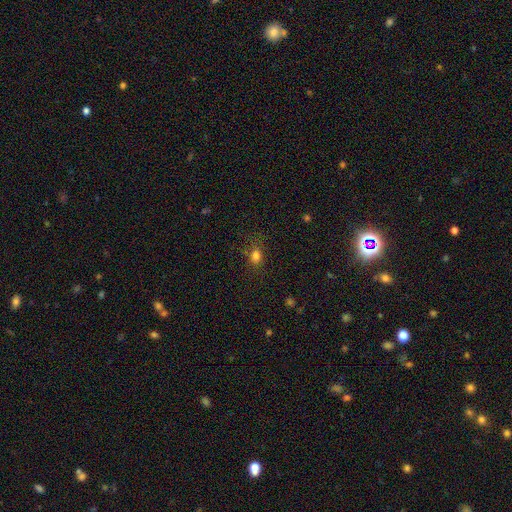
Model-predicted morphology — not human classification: This appears to be a smooth galaxy with no disk features (77%) that is in between round and cigar-shaped (60%). Merging: none (72%).